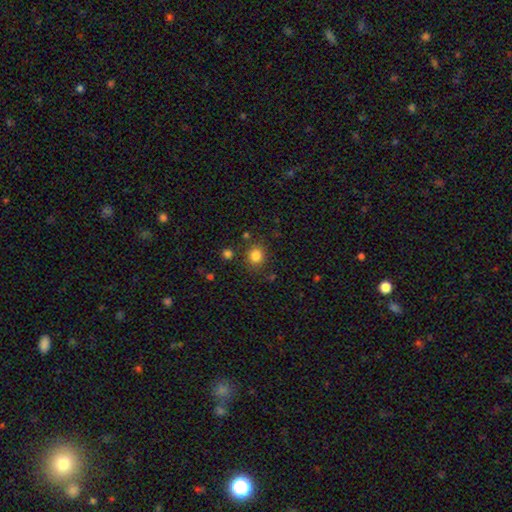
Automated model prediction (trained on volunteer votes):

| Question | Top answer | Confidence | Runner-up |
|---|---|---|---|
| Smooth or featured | smooth | 83% | star or artifact (12%) |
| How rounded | round | 78% | in between (21%) |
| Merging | none | 82% | minor disturbance (10%) |